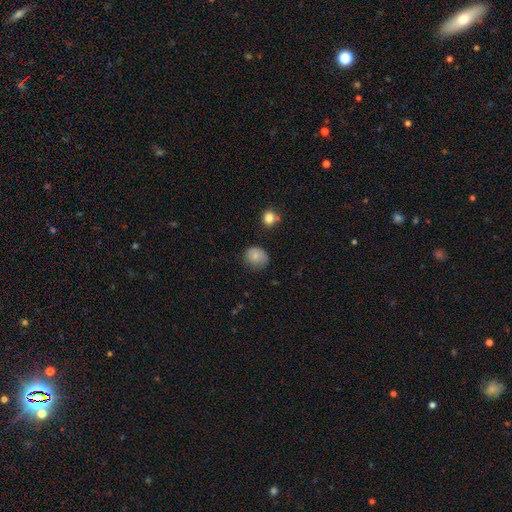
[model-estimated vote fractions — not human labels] This is likely a smooth galaxy (79%). How rounded: likely round (68%). Merging: likely none (63%).